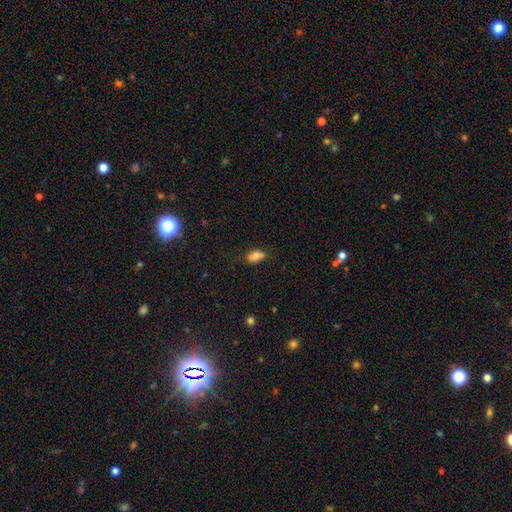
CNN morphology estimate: Smooth or featured: smooth — 77% (featured or disk — 12%)
How rounded: in between — 84% (round — 13%)
Merging: none — 59% (minor disturbance — 27%)